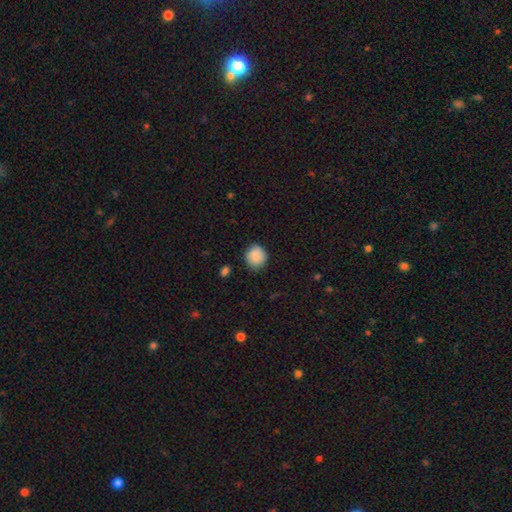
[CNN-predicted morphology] type=smooth (86%); roundness=round (86%); merging=none (82%).